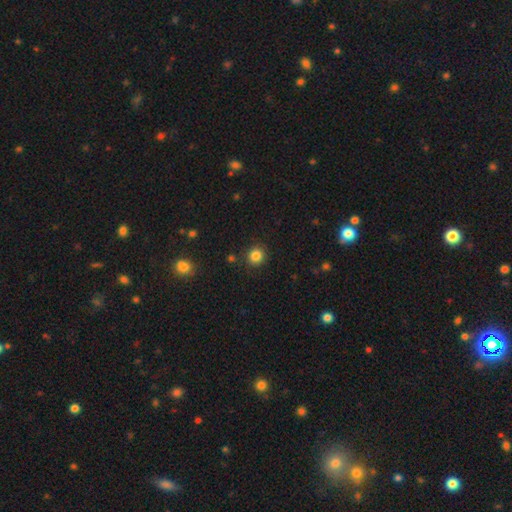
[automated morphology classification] Smooth or featured?
  - smooth: 85% *
  - star or artifact: 11%
  - featured or disk: 4%
How rounded?
  - round: 89% *
  - in between: 10%
  - cigar-shaped: 1%
Merging?
  - none: 89% *
  - minor disturbance: 7%
  - major disturbance: 2%
  - merger: 2%